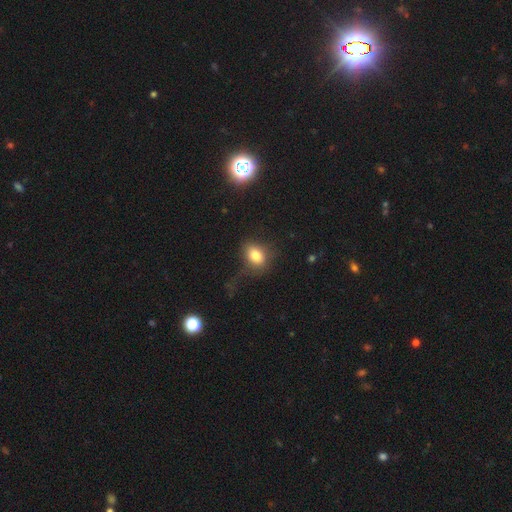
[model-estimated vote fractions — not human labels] A smooth galaxy with no disk features (80%) that is in between round and cigar-shaped (70%). Merging: none (54%).